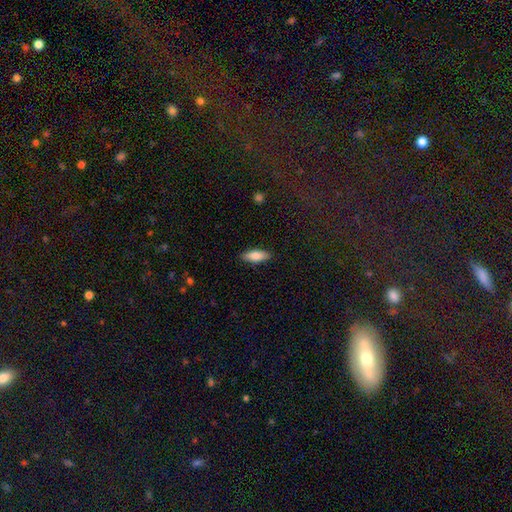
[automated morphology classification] Smooth or featured?
  - smooth: 83% *
  - featured or disk: 11%
  - star or artifact: 6%
How rounded?
  - in between: 70% *
  - cigar-shaped: 28%
  - round: 2%
Merging?
  - none: 87% *
  - minor disturbance: 9%
  - major disturbance: 2%
  - merger: 1%